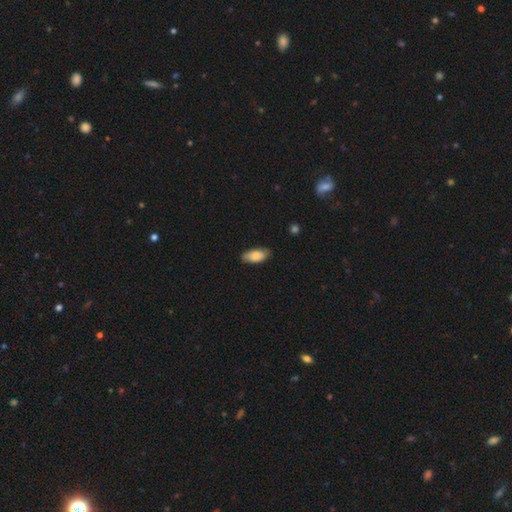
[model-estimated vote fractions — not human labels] smooth_or_featured: smooth (p=0.83) [alt: featured or disk p=0.11]
how_rounded: in between (p=0.90) [alt: cigar-shaped p=0.08]
merging: none (p=0.80) [alt: minor disturbance p=0.17]